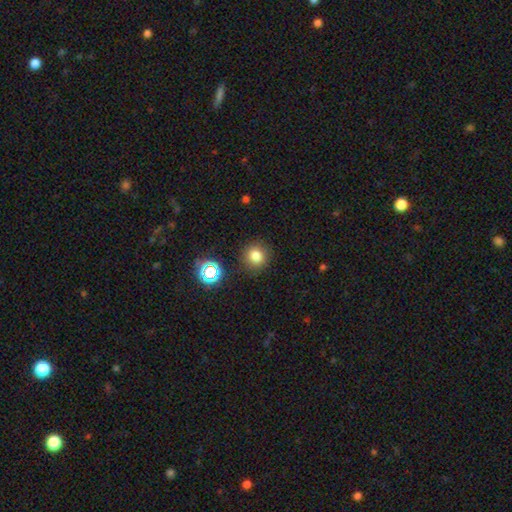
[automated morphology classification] Smooth or featured: smooth — 77% (star or artifact — 16%)
How rounded: round — 90% (in between — 9%)
Merging: none — 88% (minor disturbance — 8%)